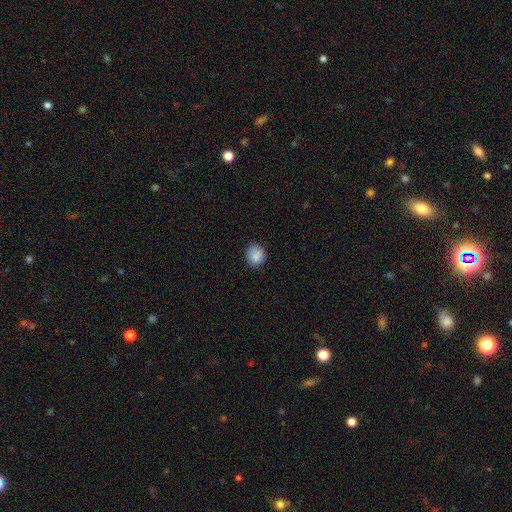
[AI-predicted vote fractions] smooth_or_featured: smooth (p=0.86) [alt: star or artifact p=0.09]
how_rounded: round (p=0.76) [alt: in between p=0.23]
merging: none (p=0.81) [alt: minor disturbance p=0.15]